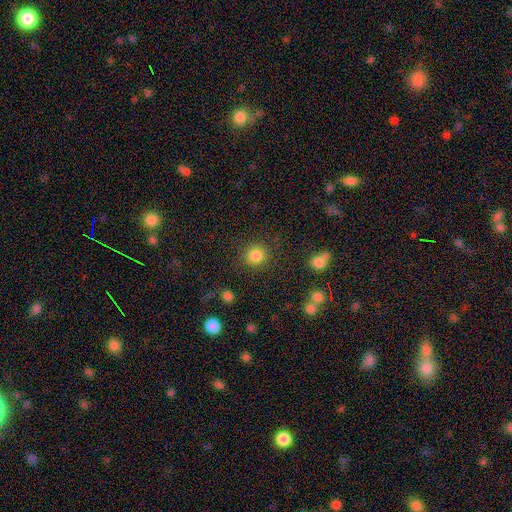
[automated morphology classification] Overall: smooth (84%). How rounded: round (91%). Merging: none (87%).